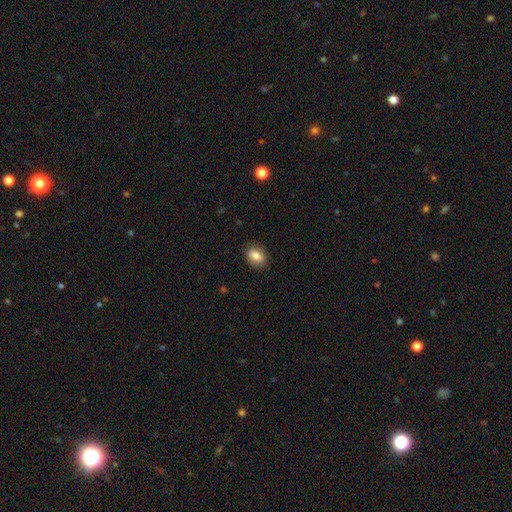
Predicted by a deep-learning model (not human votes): smooth 85%, star or artifact 8%, featured or disk 7%. Down the decision tree: how rounded — in between (77%); merging — none (87%).